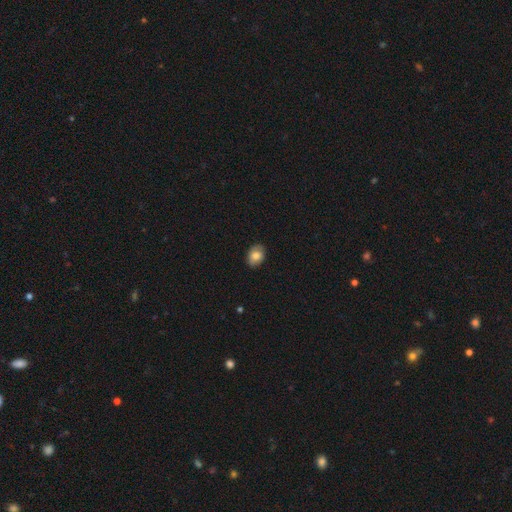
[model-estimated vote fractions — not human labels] The model was most divided on "how rounded": in between: 76%, round: 23%, cigar-shaped: 1%. More confident: merging — none (85%); smooth or featured — smooth (79%).